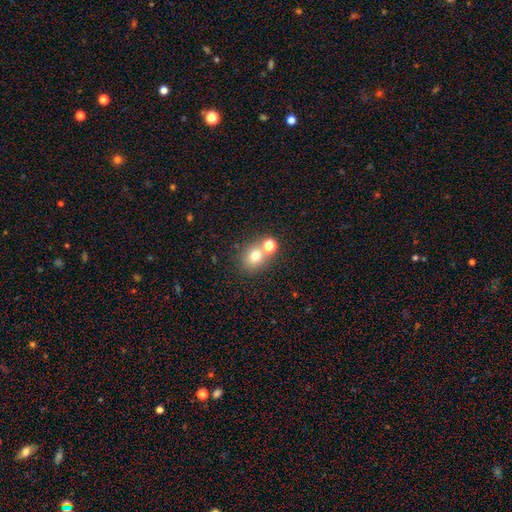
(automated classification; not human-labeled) smooth-or-featured: smooth: 72% | star or artifact: 16% | featured or disk: 12%
  how-rounded: round: 75% | in between: 24% | cigar-shaped: 1%
  merging: none: 58% | merger: 30% | minor disturbance: 8% | major disturbance: 4%